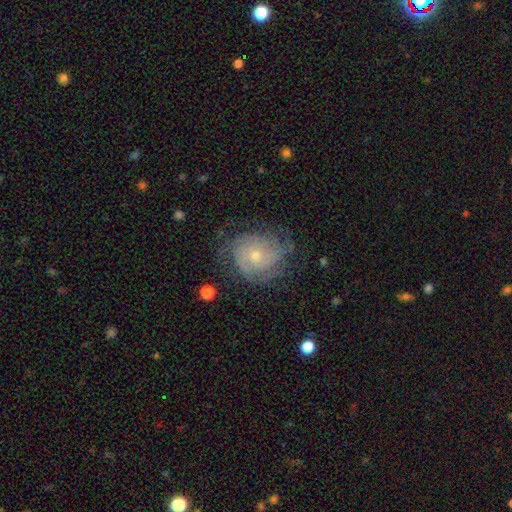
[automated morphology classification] A featured or disk galaxy (76%) with no bar (80%), tight (62%) spiral arms (91%) and a small central bulge (62%). Merging: none (66%).